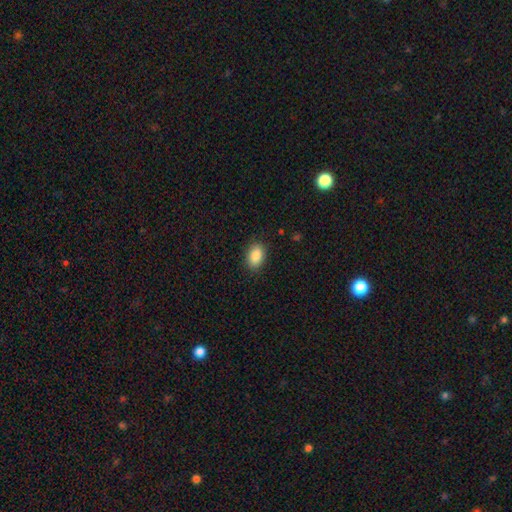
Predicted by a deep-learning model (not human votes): Q: Smooth or featured?
A: smooth (89%); runner-up: star or artifact (7%)
Q: How rounded?
A: in between (87%); runner-up: round (11%)
Q: Merging?
A: none (87%); runner-up: minor disturbance (10%)